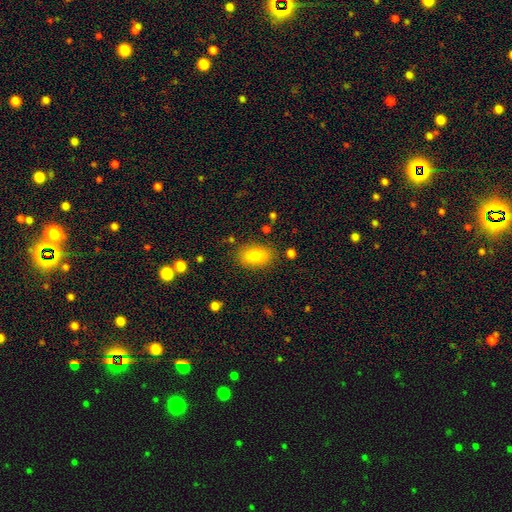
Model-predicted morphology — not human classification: smooth-or-featured: smooth: 82% | featured or disk: 9% | star or artifact: 8%
  how-rounded: in between: 88% | round: 8% | cigar-shaped: 4%
  merging: none: 77% | minor disturbance: 14% | merger: 5% | major disturbance: 4%